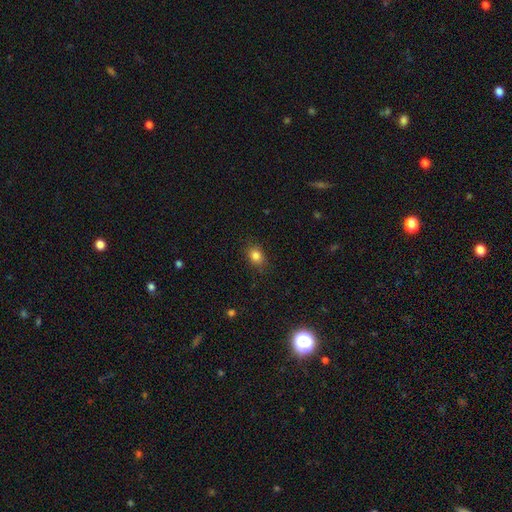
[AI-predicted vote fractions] This appears to be a smooth galaxy with no disk features (83%) that is in between round and cigar-shaped (56%). Merging: none (83%).